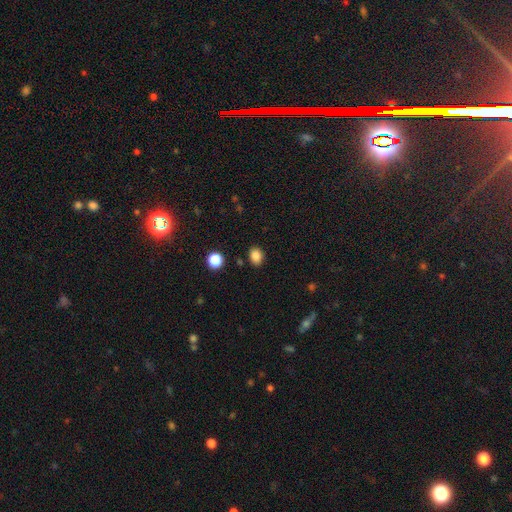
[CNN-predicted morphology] This is clearly a smooth galaxy (85%). How rounded: possibly round (50%). Merging: clearly none (85%).